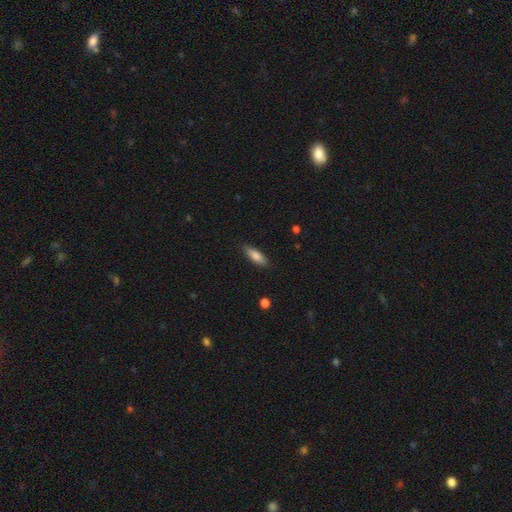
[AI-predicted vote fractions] Q: Smooth or featured?
A: smooth (81%); runner-up: featured or disk (12%)
Q: How rounded?
A: in between (57%); runner-up: cigar-shaped (41%)
Q: Merging?
A: none (87%); runner-up: minor disturbance (10%)